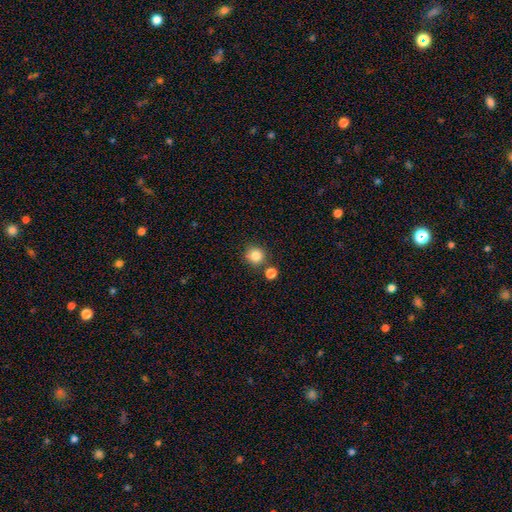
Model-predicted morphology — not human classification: A smooth galaxy with no disk features (83%) that is round (91%).

Vote fractions:
- Smooth or featured? smooth: 83% / star or artifact: 11% / featured or disk: 6%
- How rounded? round: 91% / in between: 8% / cigar-shaped: 1%
- Merging? none: 78% / merger: 11% / minor disturbance: 9% / major disturbance: 3%